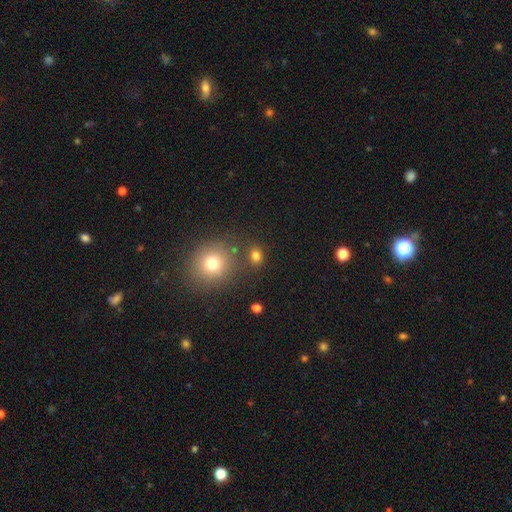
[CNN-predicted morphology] Q: Smooth or featured?
A: smooth (77%); runner-up: star or artifact (17%)
Q: How rounded?
A: round (64%); runner-up: in between (35%)
Q: Merging?
A: none (78%); runner-up: minor disturbance (9%)